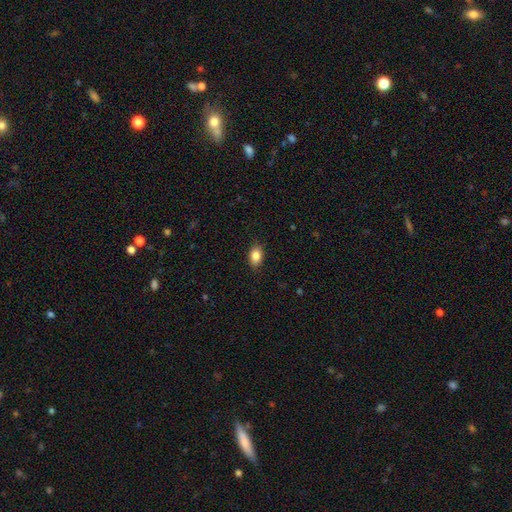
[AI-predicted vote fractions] This appears to be a smooth galaxy with no disk features (85%) that is in between round and cigar-shaped (85%). Merging: none (87%).